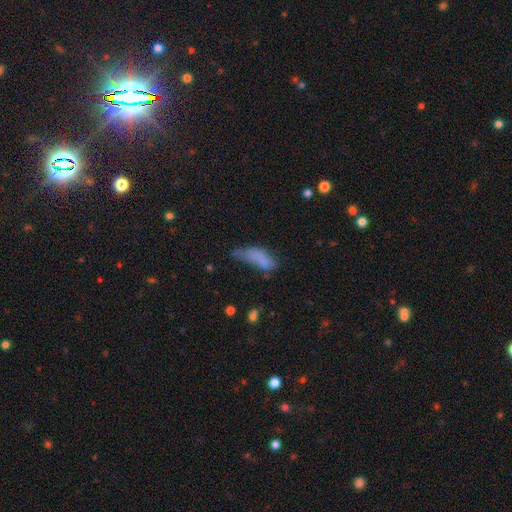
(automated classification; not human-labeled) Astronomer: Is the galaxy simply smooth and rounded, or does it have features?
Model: smooth — 70%.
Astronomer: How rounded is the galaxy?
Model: in between — 69%.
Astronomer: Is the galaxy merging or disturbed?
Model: major disturbance — 33% (runner-up: minor disturbance, 31%).